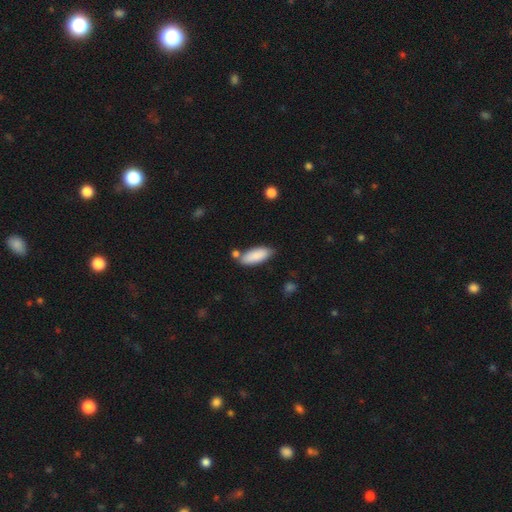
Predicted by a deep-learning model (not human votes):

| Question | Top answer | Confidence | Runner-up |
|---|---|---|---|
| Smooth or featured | smooth | 87% | featured or disk (7%) |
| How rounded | in between | 77% | cigar-shaped (21%) |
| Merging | none | 69% | minor disturbance (17%) |